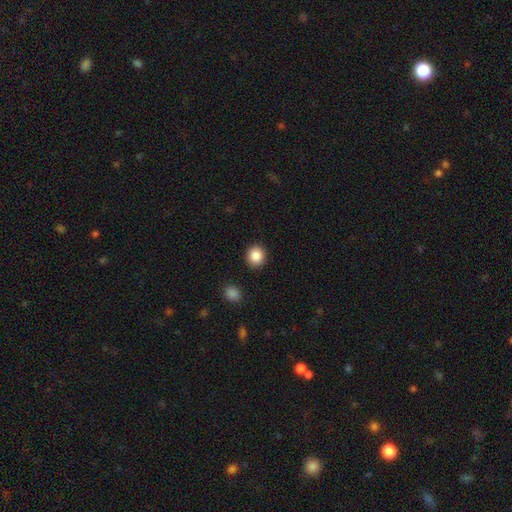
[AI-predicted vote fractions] Morphology: type=smooth (87%); roundness=round (83%); merging=none (91%).